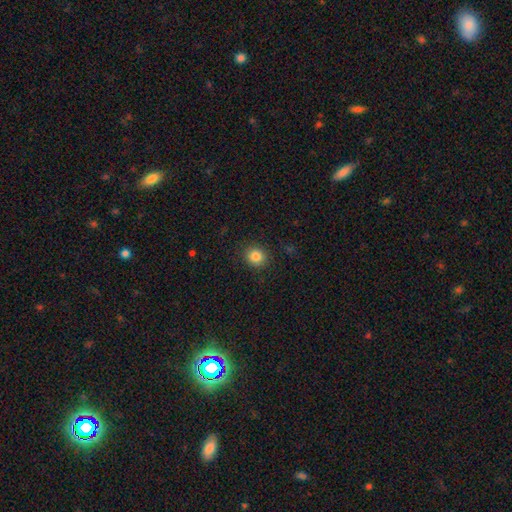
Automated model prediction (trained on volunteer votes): Smooth or featured?
  - smooth: 85% *
  - star or artifact: 11%
  - featured or disk: 5%
How rounded?
  - round: 81% *
  - in between: 19%
  - cigar-shaped: 1%
Merging?
  - none: 89% *
  - minor disturbance: 7%
  - major disturbance: 2%
  - merger: 1%